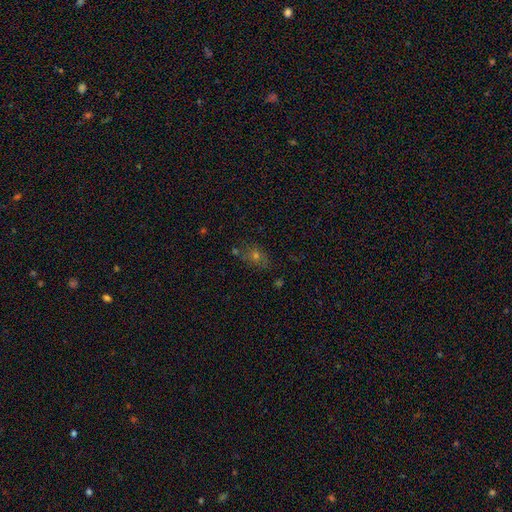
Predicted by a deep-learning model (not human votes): Smooth or featured? Predicted: smooth (p=0.49). Merging? Predicted: none (p=0.70).